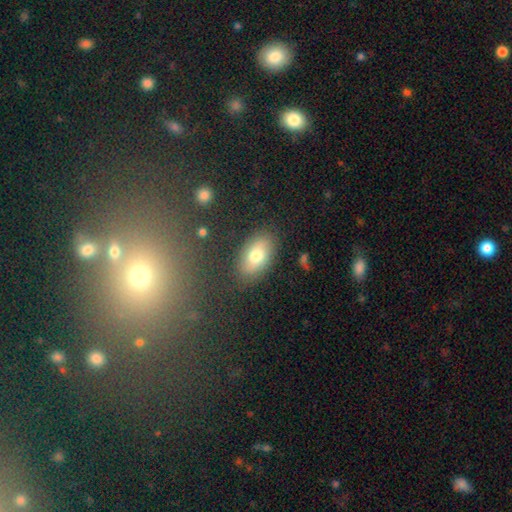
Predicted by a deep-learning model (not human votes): This is likely a smooth galaxy (72%). How rounded: clearly in between (90%). Merging: clearly none (83%).